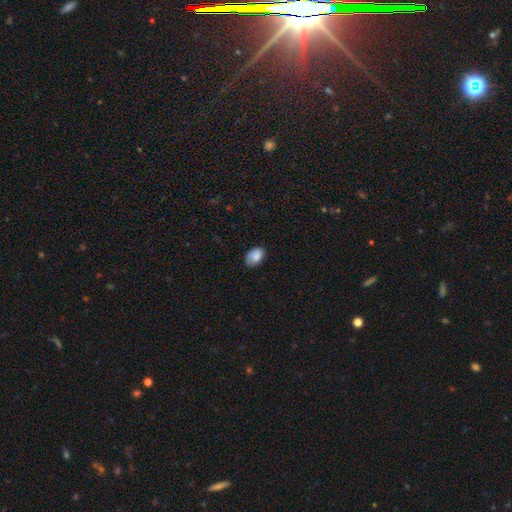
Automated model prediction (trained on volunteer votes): Morphology: type=smooth (84%); roundness=in between (87%); merging=none (67%).